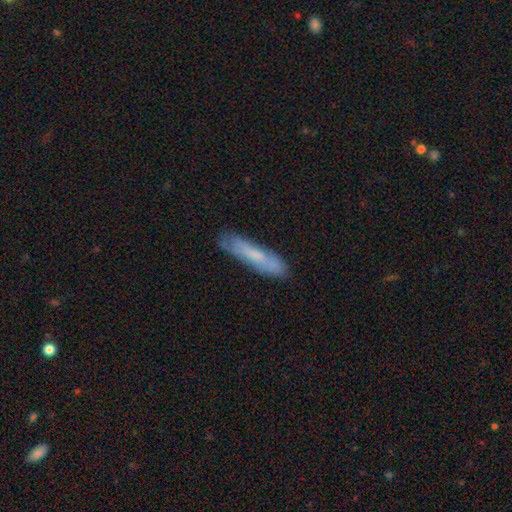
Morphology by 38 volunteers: Volunteers were most divided on "smooth or featured": smooth: 50%, featured or disk: 45%, star or artifact: 5%. More confident: how rounded — cigar-shaped (89%); merging — none (72%).